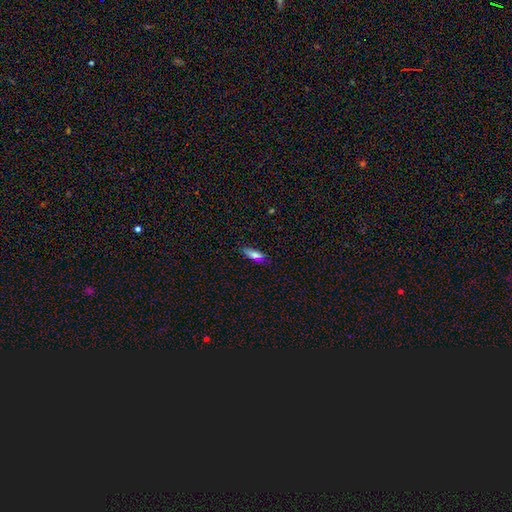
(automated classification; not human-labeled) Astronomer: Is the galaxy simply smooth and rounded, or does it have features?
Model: smooth — 78%.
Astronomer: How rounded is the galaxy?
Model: in between — 63%.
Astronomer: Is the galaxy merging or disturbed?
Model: none — 79%.